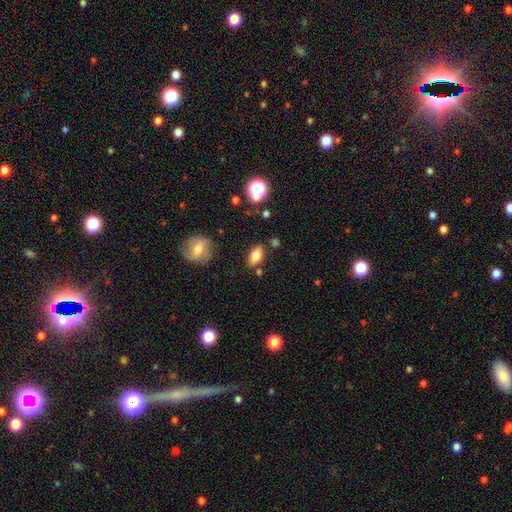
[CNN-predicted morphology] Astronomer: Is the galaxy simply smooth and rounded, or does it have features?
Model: smooth — 74%.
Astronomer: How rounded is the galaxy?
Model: in between — 85%.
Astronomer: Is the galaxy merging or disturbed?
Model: none — 80%.